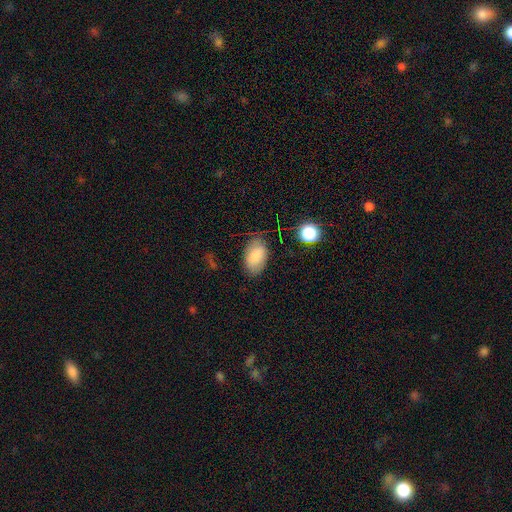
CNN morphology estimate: smooth 81%, featured or disk 11%, star or artifact 8%. Down the decision tree: how rounded — in between (93%); merging — none (71%).